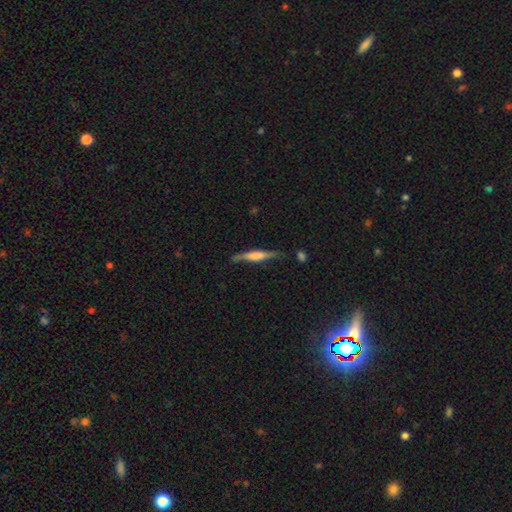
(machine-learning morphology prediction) featured or disk 58%, smooth 36%, star or artifact 6%. Down the decision tree: edge-on disk — yes (94%); edge-on bulge — boxy (45%); merging — none (73%).